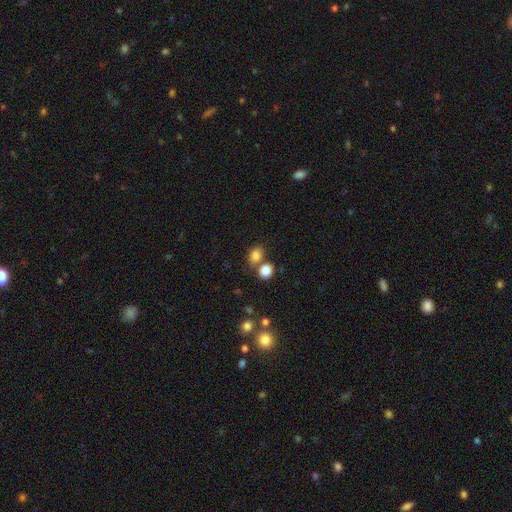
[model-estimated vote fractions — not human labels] smooth_or_featured: smooth (p=0.83) [alt: star or artifact p=0.11]
how_rounded: round (p=0.52) [alt: in between p=0.47]
merging: none (p=0.54) [alt: merger p=0.31]